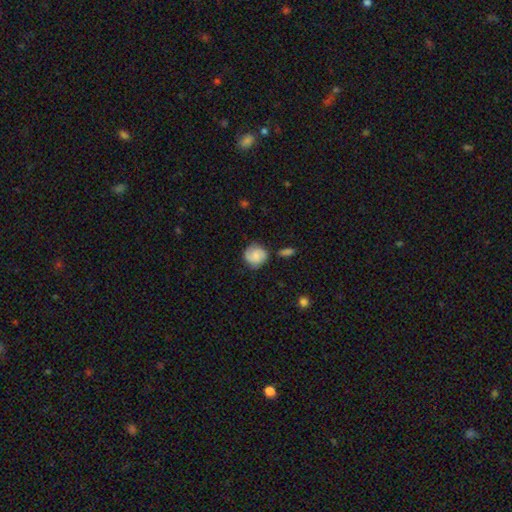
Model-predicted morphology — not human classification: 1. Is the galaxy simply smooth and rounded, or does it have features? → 50% featured or disk, 42% smooth, 8% star or artifact.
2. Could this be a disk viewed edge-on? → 98% no, 2% yes.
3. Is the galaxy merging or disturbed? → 70% none, 20% minor disturbance, 6% major disturbance, 5% merger.